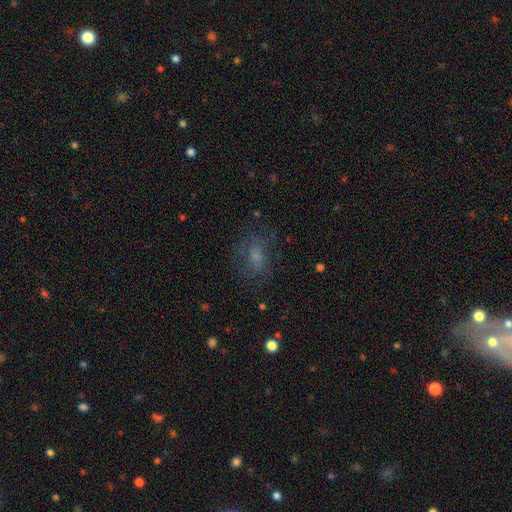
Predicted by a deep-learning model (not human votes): Overall: smooth (45%; featured or disk 36%). Merging: none (66%).